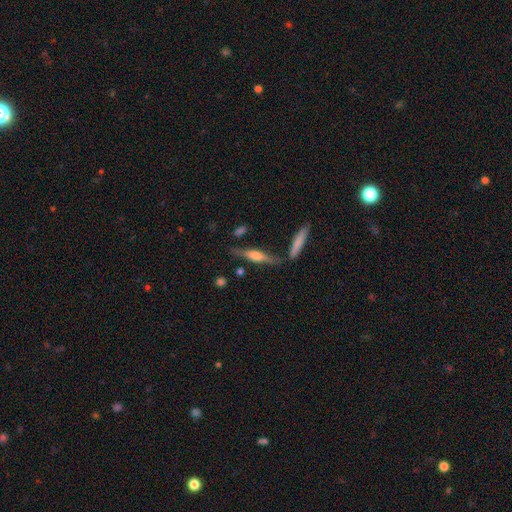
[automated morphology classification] Overall: featured or disk (63%; smooth 30%). Edge-on disk: yes (95%). Edge-on bulge: rounded (74%). Merging: none (76%).